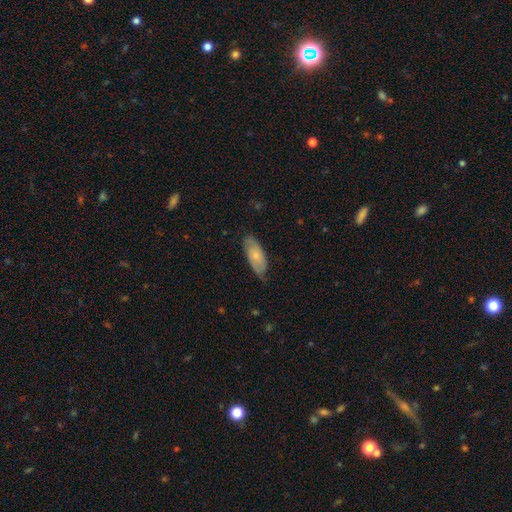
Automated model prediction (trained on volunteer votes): smooth-or-featured: smooth: 56% | featured or disk: 38% | star or artifact: 6%
  how-rounded: in between: 80% | cigar-shaped: 18% | round: 2%
  merging: none: 71% | minor disturbance: 23% | major disturbance: 4% | merger: 1%